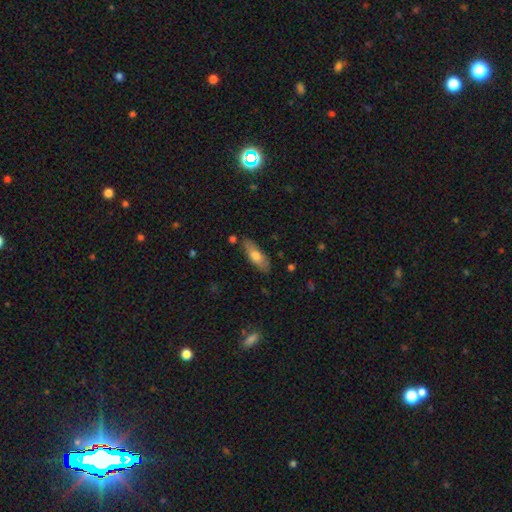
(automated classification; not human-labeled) Morphology: type=smooth (70%); roundness=in between (64%); merging=none (81%).